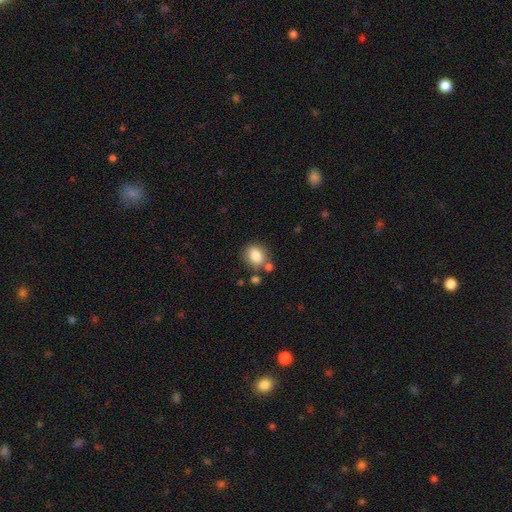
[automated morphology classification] Smooth or featured? smooth (83%)
How rounded? in between (50%)
Merging? none (66%)